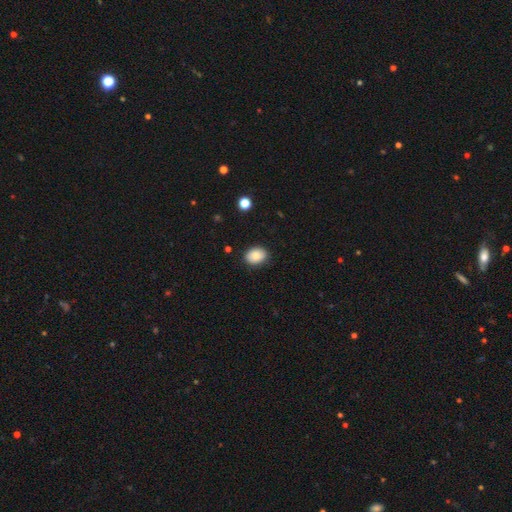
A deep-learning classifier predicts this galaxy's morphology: Smooth or featured: smooth — 85% (star or artifact — 8%)
How rounded: in between — 67% (round — 32%)
Merging: none — 86% (minor disturbance — 11%)